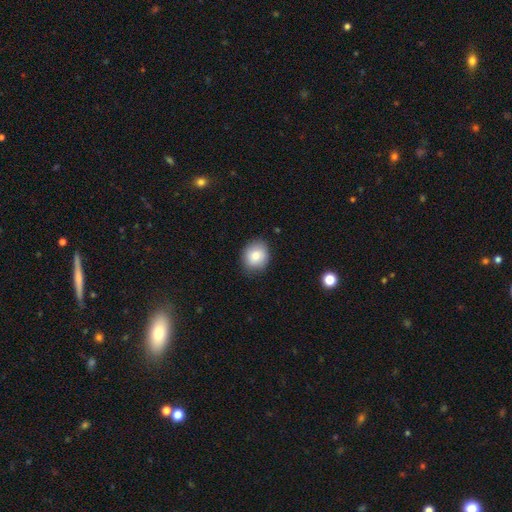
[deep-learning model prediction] The model was most divided on "how rounded": round: 68%, in between: 31%, cigar-shaped: 1%. More confident: merging — none (83%); smooth or featured — smooth (81%).